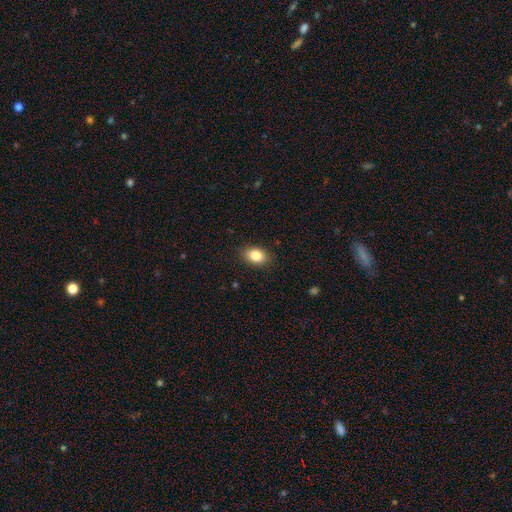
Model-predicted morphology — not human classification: smooth-or-featured: smooth: 85% | star or artifact: 8% | featured or disk: 7%
  how-rounded: in between: 81% | round: 17% | cigar-shaped: 1%
  merging: none: 87% | minor disturbance: 10% | major disturbance: 2% | merger: 1%